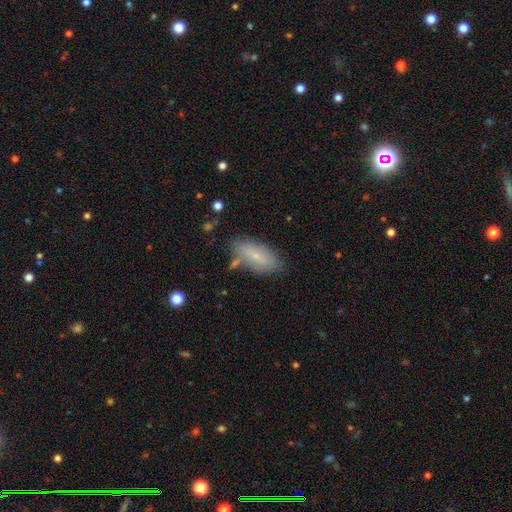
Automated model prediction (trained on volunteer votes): Smooth or featured? Predicted: smooth (p=0.69). How rounded? Predicted: in between (p=0.86). Merging? Predicted: none (p=0.75).